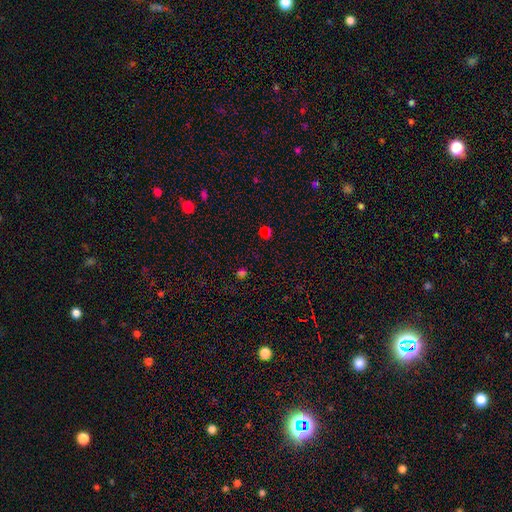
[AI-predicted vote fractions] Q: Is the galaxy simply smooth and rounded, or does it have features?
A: smooth — 56%.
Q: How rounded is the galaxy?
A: round — 74%.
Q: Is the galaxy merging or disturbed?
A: none — 68%.